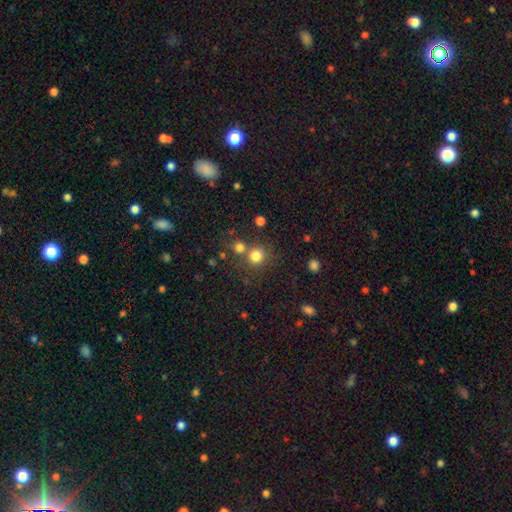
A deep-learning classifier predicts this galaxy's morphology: Q: Smooth or featured?
A: smooth (79%); runner-up: star or artifact (15%)
Q: How rounded?
A: round (90%); runner-up: in between (9%)
Q: Merging?
A: none (65%); runner-up: merger (23%)